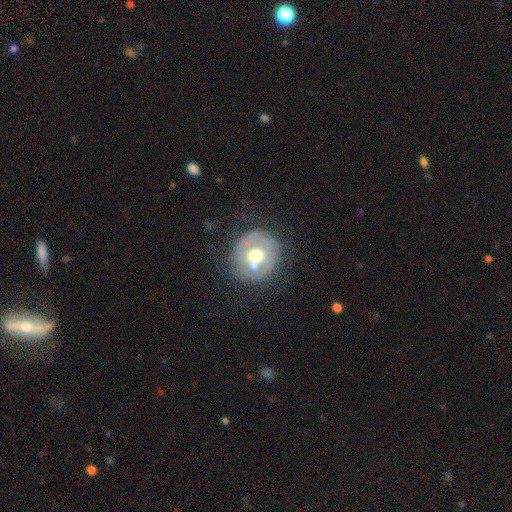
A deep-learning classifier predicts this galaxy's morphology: This appears to be a featured or disk galaxy (49%). Merging: none (61%).